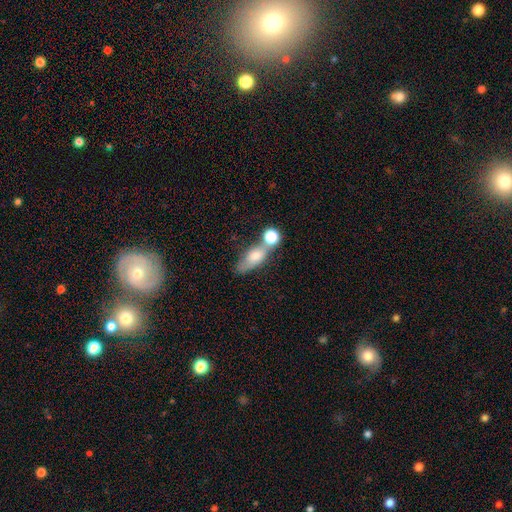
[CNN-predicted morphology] A smooth galaxy with no disk features (56%) that is in between round and cigar-shaped (56%). Merging: none (45%).